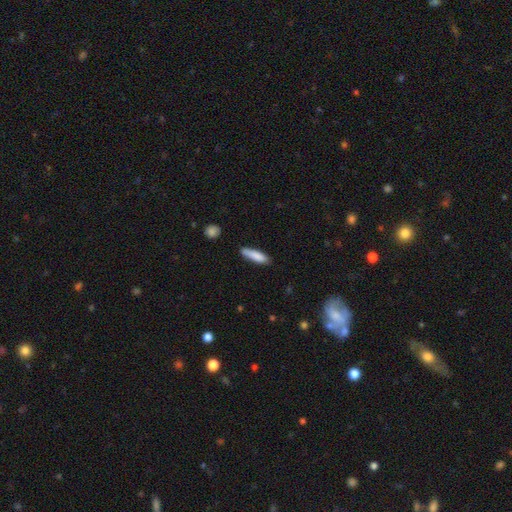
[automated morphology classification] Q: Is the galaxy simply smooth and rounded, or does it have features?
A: smooth — 85%.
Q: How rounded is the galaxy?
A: cigar-shaped — 70%.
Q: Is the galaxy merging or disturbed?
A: none — 77%.